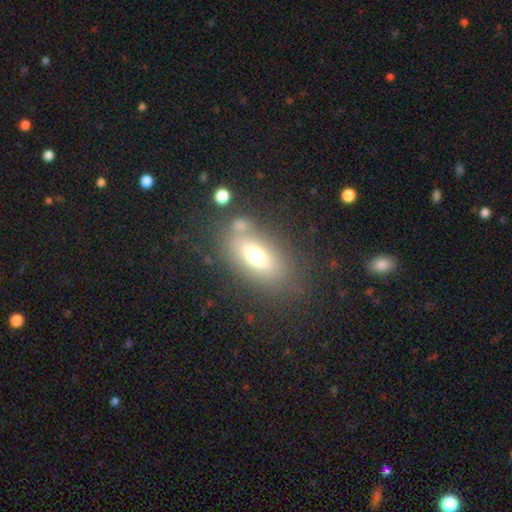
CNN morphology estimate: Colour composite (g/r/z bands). It shows a smooth galaxy with no disk features (63%) that is in between round and cigar-shaped (77%). Merging: none (66%).